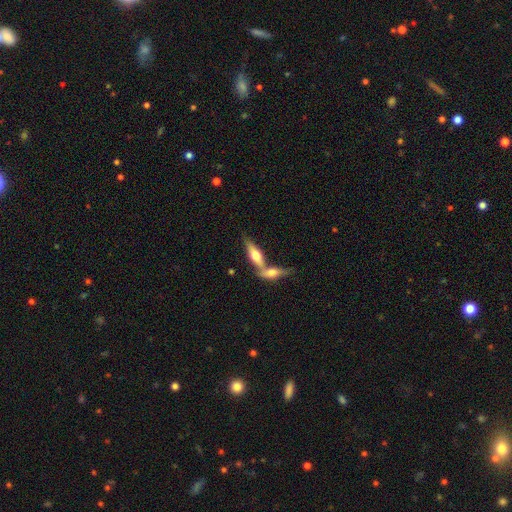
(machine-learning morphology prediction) This is possibly a featured or disk galaxy (49%). Merging: possibly merger (52%).